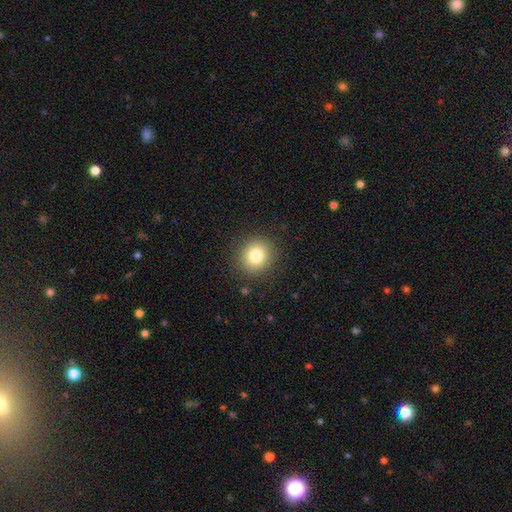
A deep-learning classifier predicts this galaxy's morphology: The model was most divided on "smooth or featured": smooth: 80%, star or artifact: 11%, featured or disk: 9%. More confident: merging — none (89%); how rounded — round (86%).